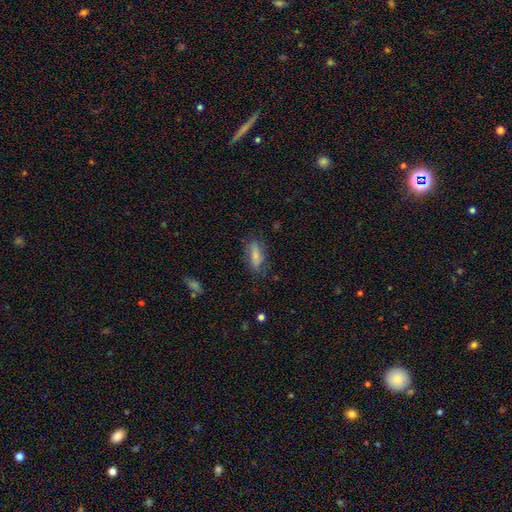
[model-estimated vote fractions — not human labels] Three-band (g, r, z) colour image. It shows a smooth galaxy with no disk features (75%) that is in between round and cigar-shaped (69%). Merging: none (73%).